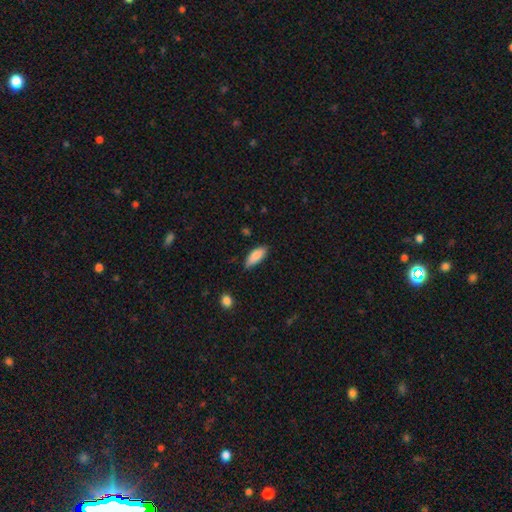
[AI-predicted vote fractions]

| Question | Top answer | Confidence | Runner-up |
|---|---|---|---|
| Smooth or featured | smooth | 87% | featured or disk (7%) |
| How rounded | in between | 77% | cigar-shaped (22%) |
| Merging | none | 73% | minor disturbance (22%) |